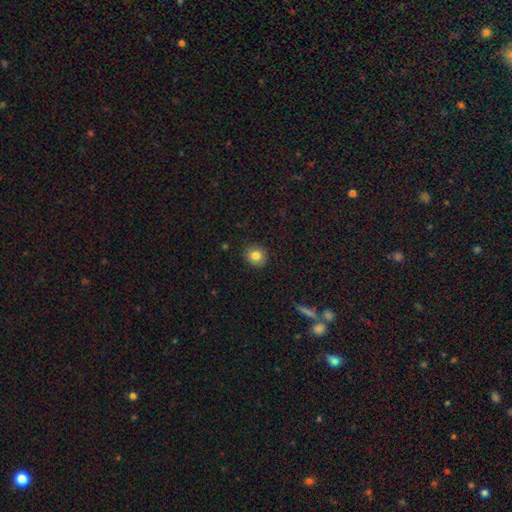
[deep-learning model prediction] Q: Smooth or featured?
A: smooth (82%); runner-up: star or artifact (10%)
Q: How rounded?
A: round (81%); runner-up: in between (18%)
Q: Merging?
A: none (89%); runner-up: minor disturbance (8%)